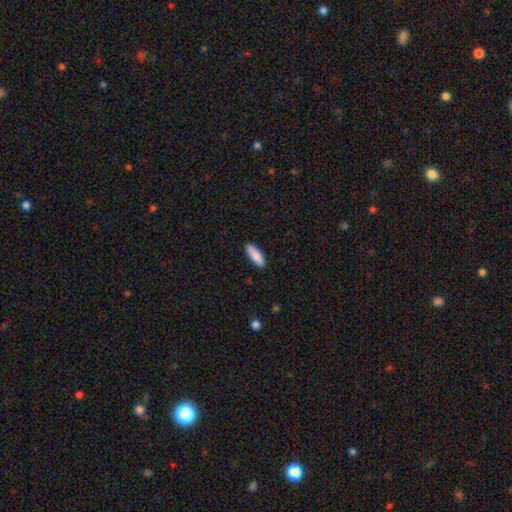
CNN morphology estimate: This appears to be a smooth galaxy with no disk features (88%) that is in between round and cigar-shaped (60%). Merging: none (88%).